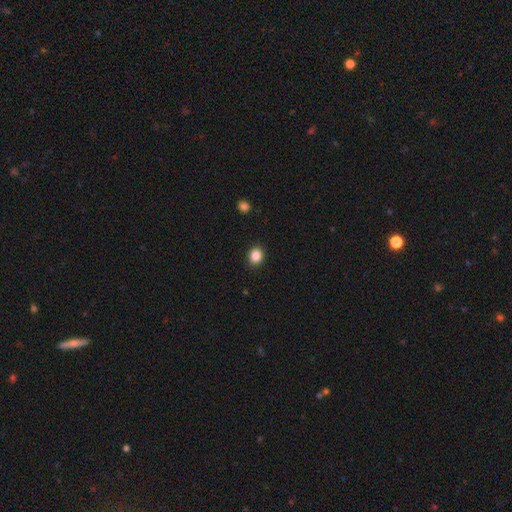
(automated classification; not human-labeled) This is clearly a smooth galaxy (86%). How rounded: likely round (62%). Merging: clearly none (91%).